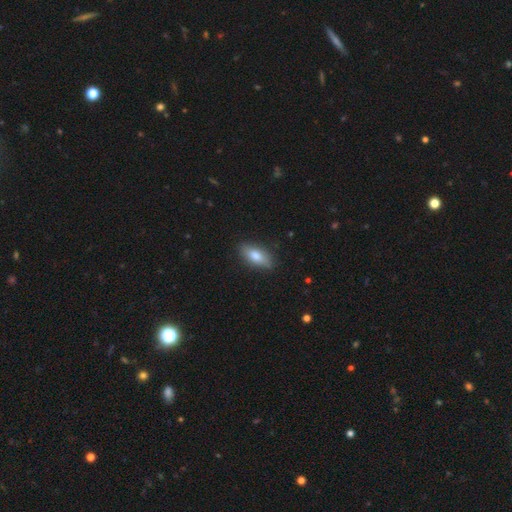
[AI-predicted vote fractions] A smooth galaxy with no disk features (77%) that is in between round and cigar-shaped (80%). Merging: none (83%).